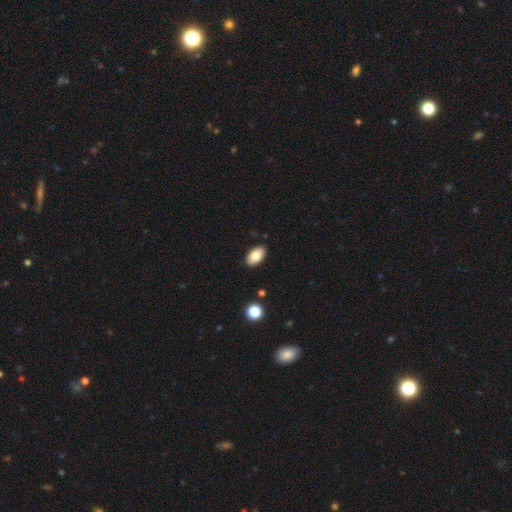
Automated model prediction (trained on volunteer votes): The model was most divided on "smooth or featured": smooth: 81%, featured or disk: 11%, star or artifact: 8%. More confident: how rounded — in between (94%); merging — none (89%).